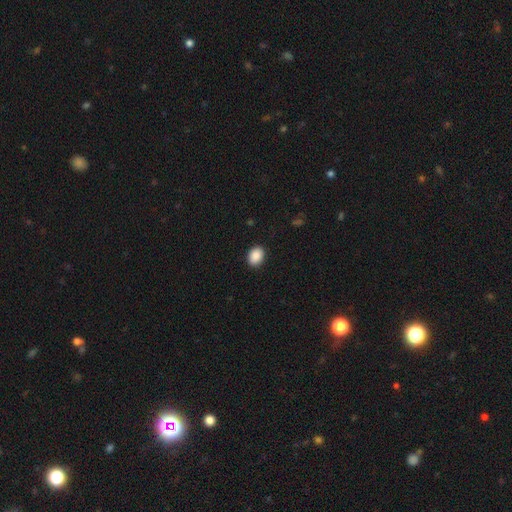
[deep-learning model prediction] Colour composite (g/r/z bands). It shows a smooth galaxy with no disk features (90%) that is in between round and cigar-shaped (69%). Merging: none (89%).